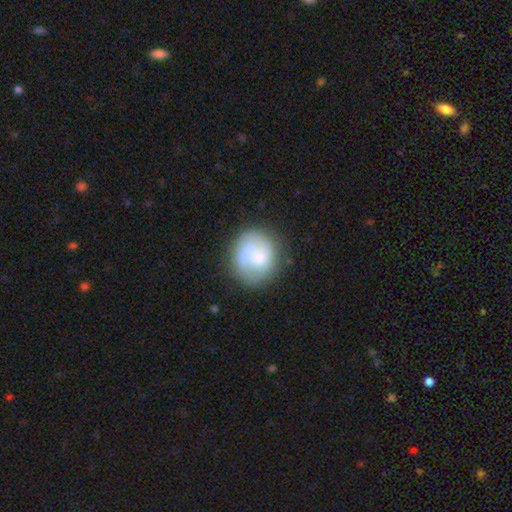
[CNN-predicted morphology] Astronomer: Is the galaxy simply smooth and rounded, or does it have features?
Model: smooth — 53% (runner-up: featured or disk, 40%).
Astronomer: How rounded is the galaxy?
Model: round — 83%.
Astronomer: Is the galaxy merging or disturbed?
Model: none — 70%.